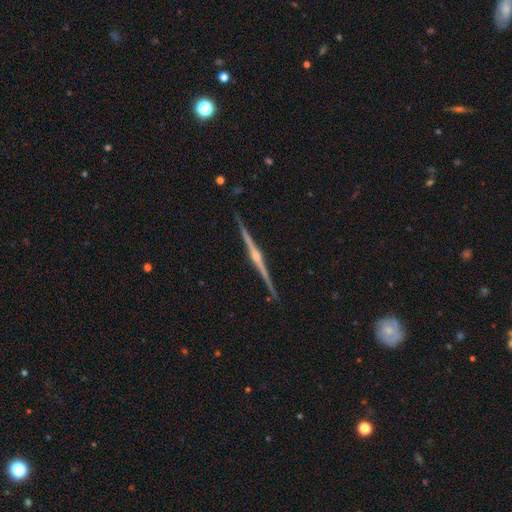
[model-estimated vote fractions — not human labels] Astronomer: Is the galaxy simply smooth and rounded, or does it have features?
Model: featured or disk — 90%.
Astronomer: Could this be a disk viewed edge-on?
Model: yes — 99%.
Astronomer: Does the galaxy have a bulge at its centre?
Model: rounded — 90%.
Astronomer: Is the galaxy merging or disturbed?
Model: none — 91%.